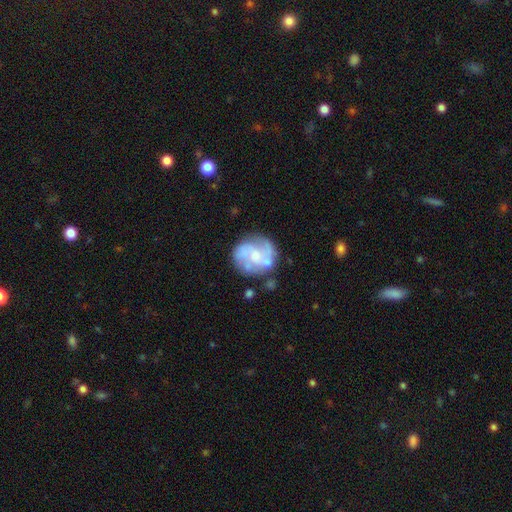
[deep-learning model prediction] A featured or disk galaxy (74%) with no bar (60%), 2 (46%) medium (46%) spiral arms (84%) and a small central bulge (42%).

Vote fractions:
- Smooth or featured? featured or disk: 74% / smooth: 20% / star or artifact: 6%
- Edge-on disk? no: 98% / yes: 2%
- Bar? no: 60% / weak: 33% / strong: 7%
- Spiral arms? yes: 84% / no: 16%
- Spiral winding? medium: 46% / tight: 30% / loose: 24%
- Spiral arm count? 2: 46% / 3: 22% / can't tell: 20% / 4: 5% / 1: 4% / more than 4: 3%
- Bulge size? small: 42% / moderate: 41% / none: 11% / large: 5% / dominant: 1%
- Merging? none: 67% / minor disturbance: 18% / major disturbance: 9% / merger: 5%